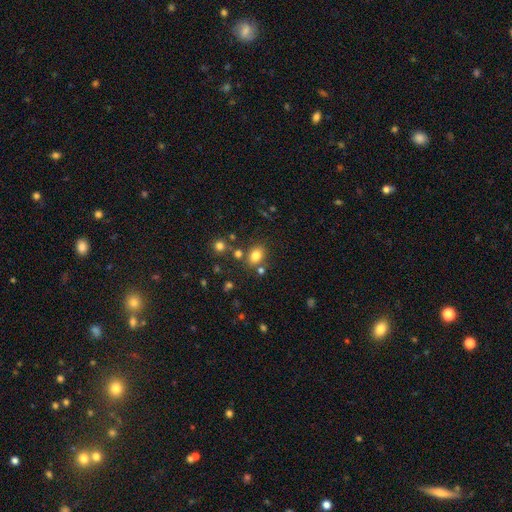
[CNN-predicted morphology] Overall: smooth (80%). How rounded: in between (61%; round 38%). Merging: none (74%).